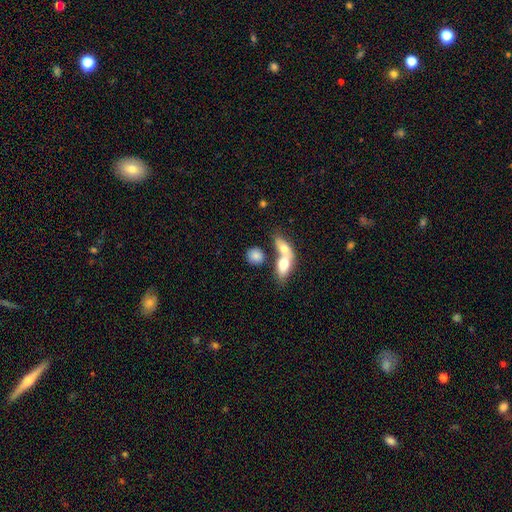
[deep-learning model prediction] Smooth or featured: smooth — 80% (featured or disk — 12%)
How rounded: round — 54% (in between — 41%)
Merging: none — 45% (merger — 41%)